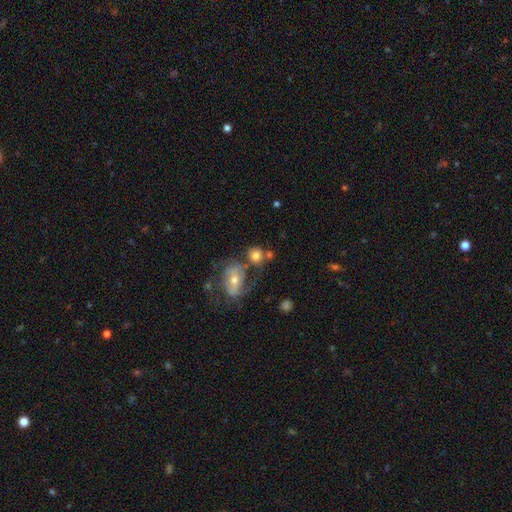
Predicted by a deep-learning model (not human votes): Smooth or featured: smooth — 70% (featured or disk — 21%)
How rounded: round — 79% (in between — 20%)
Merging: none — 52% (merger — 27%)